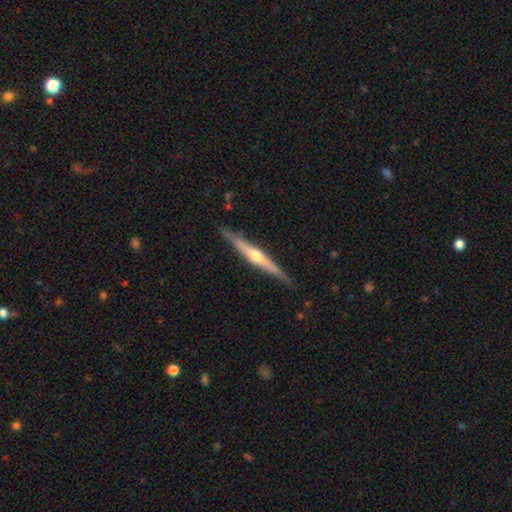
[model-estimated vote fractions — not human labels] smooth-or-featured: featured or disk: 70% | smooth: 25% | star or artifact: 5%
  disk-edge-on: yes: 97% | no: 3%
    edge-on-bulge: rounded: 83% | none: 12% | boxy: 5%
  merging: none: 86% | minor disturbance: 11% | major disturbance: 2% | merger: 1%